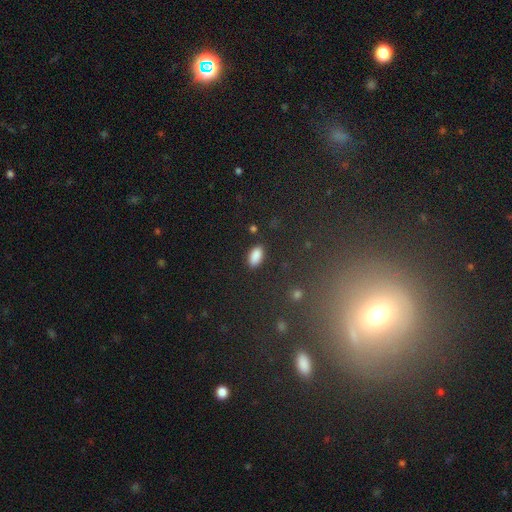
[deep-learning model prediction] smooth_or_featured: smooth (p=0.88) [alt: star or artifact p=0.08]
how_rounded: in between (p=0.93) [alt: cigar-shaped p=0.04]
merging: none (p=0.86) [alt: minor disturbance p=0.10]